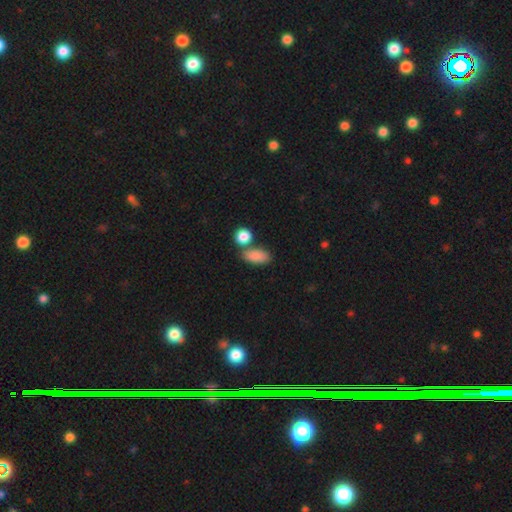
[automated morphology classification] Overall: smooth (87%). How rounded: in between (84%). Merging: none (62%).